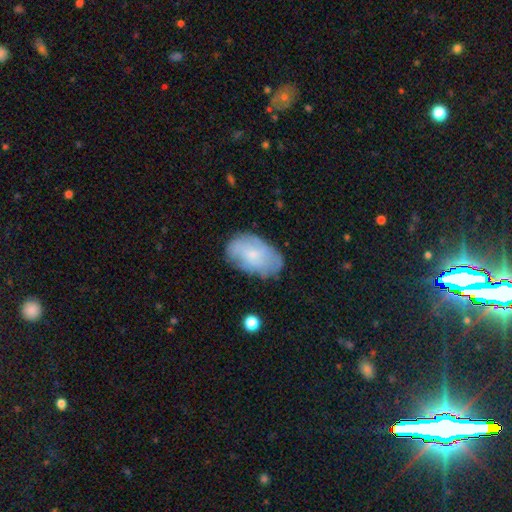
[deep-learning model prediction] This appears to be a smooth galaxy with no disk features (55%) that is in between round and cigar-shaped (91%). Merging: none (73%).